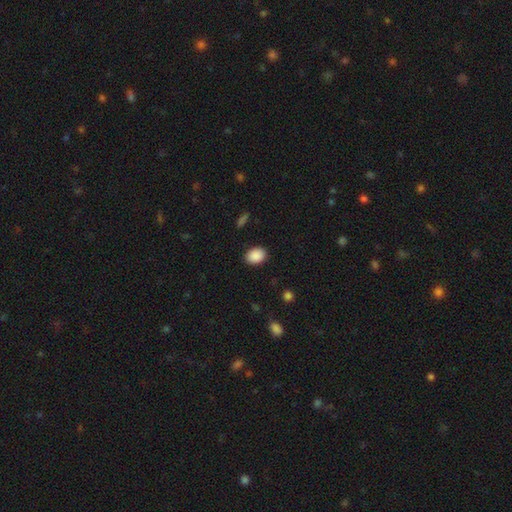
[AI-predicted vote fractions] smooth 89%, star or artifact 8%, featured or disk 3%. Down the decision tree: how rounded — in between (66%); merging — none (89%).